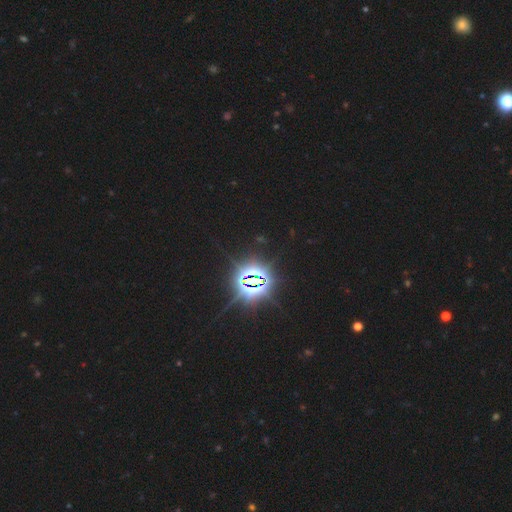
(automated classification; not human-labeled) Q: Smooth or featured?
A: star or artifact (85%); runner-up: smooth (8%)